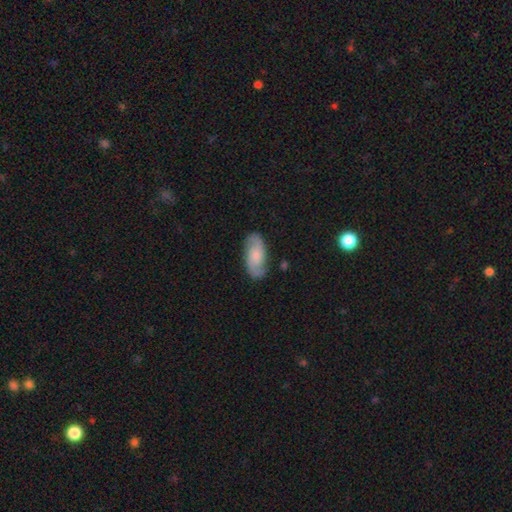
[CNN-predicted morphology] A featured or disk galaxy (69%) with no bar (63%), 2 (89%) medium (46%) spiral arms (94%) and a small central bulge (45%). Merging: none (81%).